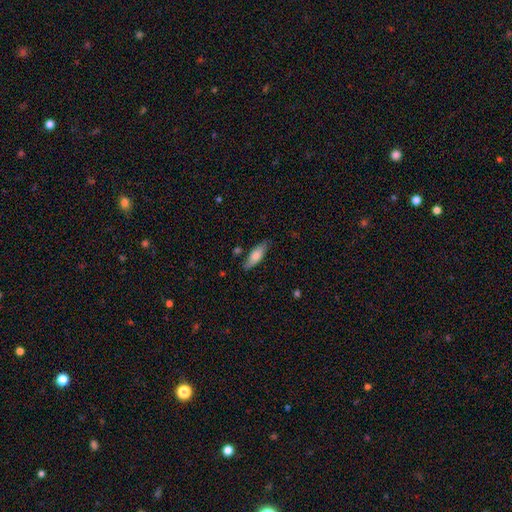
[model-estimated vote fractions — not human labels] Smooth or featured? smooth (74%)
How rounded? in between (64%)
Merging? none (76%)